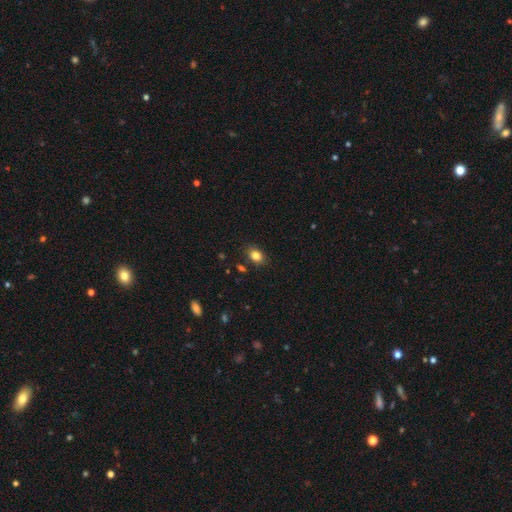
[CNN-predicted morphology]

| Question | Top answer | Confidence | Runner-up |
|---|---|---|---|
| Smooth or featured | smooth | 83% | star or artifact (10%) |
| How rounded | in between | 70% | round (29%) |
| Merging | none | 83% | minor disturbance (11%) |